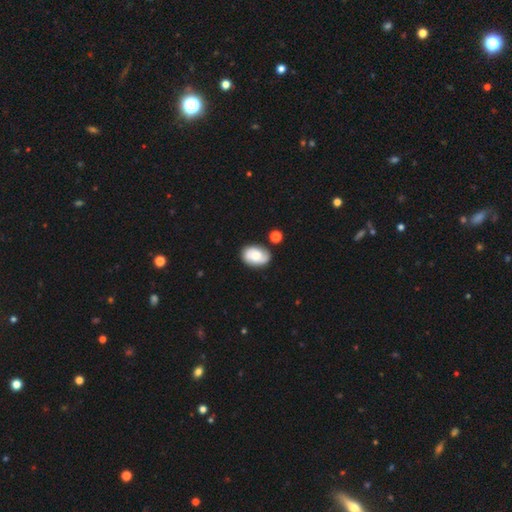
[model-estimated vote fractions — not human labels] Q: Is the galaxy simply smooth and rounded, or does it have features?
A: smooth — 49%.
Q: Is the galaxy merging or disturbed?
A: none — 71%.